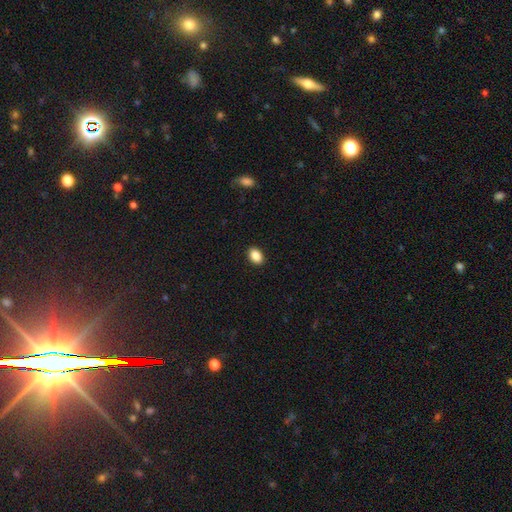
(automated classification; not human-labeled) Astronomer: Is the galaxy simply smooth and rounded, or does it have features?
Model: smooth — 88%.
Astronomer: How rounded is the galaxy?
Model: in between — 84%.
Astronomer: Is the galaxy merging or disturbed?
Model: none — 91%.